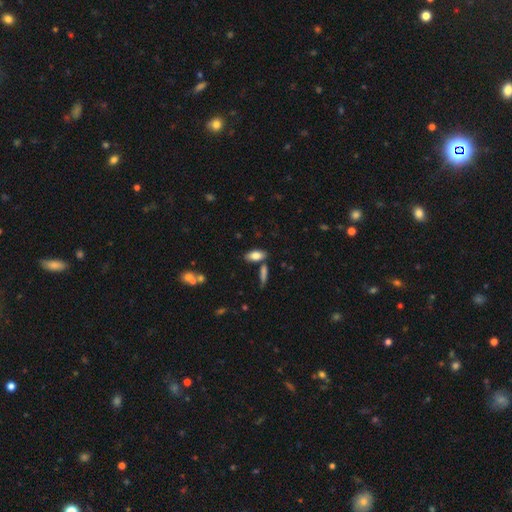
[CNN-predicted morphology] A smooth galaxy with no disk features (81%) that is in between round and cigar-shaped (86%).

Vote fractions:
- Smooth or featured? smooth: 81% / featured or disk: 12% / star or artifact: 7%
- How rounded? in between: 86% / cigar-shaped: 11% / round: 3%
- Merging? none: 71% / merger: 13% / minor disturbance: 12% / major disturbance: 3%